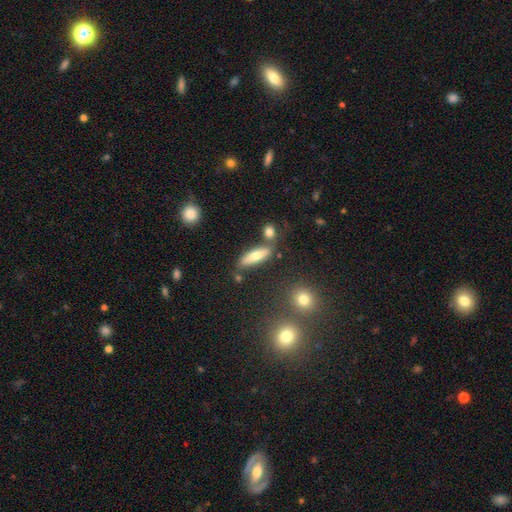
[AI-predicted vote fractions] A smooth galaxy with no disk features (65%) that is cigar-shaped (57%). Merging: none (74%).